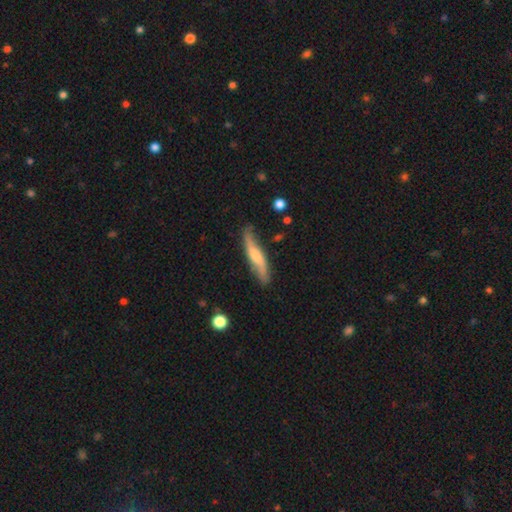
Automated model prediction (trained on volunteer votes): A featured or disk galaxy (59%) viewed edge-on (53%).

Vote fractions:
- Smooth or featured? featured or disk: 59% / smooth: 35% / star or artifact: 5%
- Edge-on disk? yes: 53% / no: 47%
- Merging? none: 75% / minor disturbance: 19% / major disturbance: 4% / merger: 2%